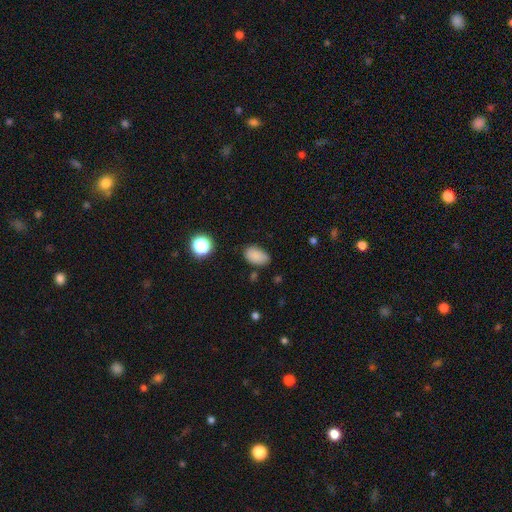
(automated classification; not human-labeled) A smooth galaxy with no disk features (84%) that is in between round and cigar-shaped (88%).

Vote fractions:
- Smooth or featured? smooth: 84% / star or artifact: 10% / featured or disk: 5%
- How rounded? in between: 88% / round: 11% / cigar-shaped: 1%
- Merging? none: 72% / minor disturbance: 21% / major disturbance: 4% / merger: 3%